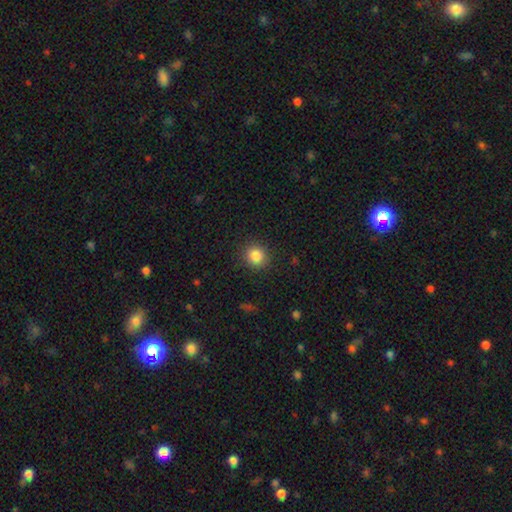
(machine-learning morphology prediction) A smooth galaxy with no disk features (85%) that is round (84%).

Vote fractions:
- Smooth or featured? smooth: 85% / star or artifact: 10% / featured or disk: 5%
- How rounded? round: 84% / in between: 15% / cigar-shaped: 1%
- Merging? none: 89% / minor disturbance: 7% / major disturbance: 3% / merger: 1%